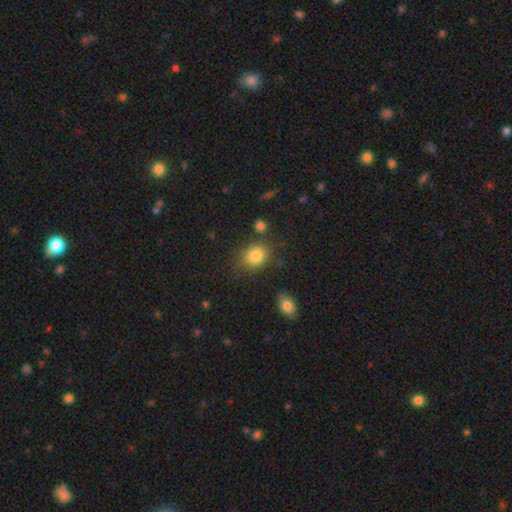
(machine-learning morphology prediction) Q: Smooth or featured?
A: smooth (84%); runner-up: star or artifact (10%)
Q: How rounded?
A: round (51%); runner-up: in between (48%)
Q: Merging?
A: none (71%); runner-up: minor disturbance (17%)